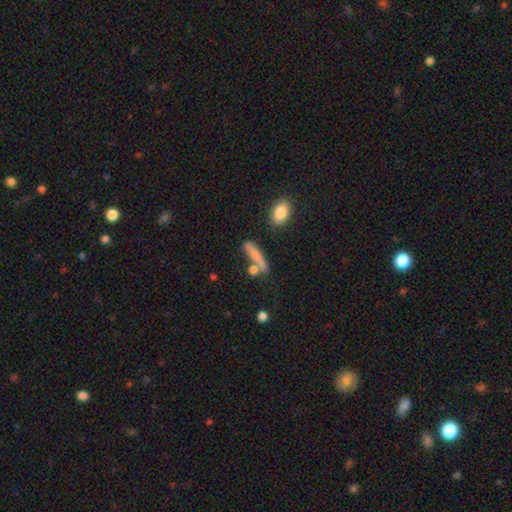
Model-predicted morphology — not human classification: smooth 67%, featured or disk 24%, star or artifact 9%. Down the decision tree: how rounded — cigar-shaped (77%); merging — none (60%).